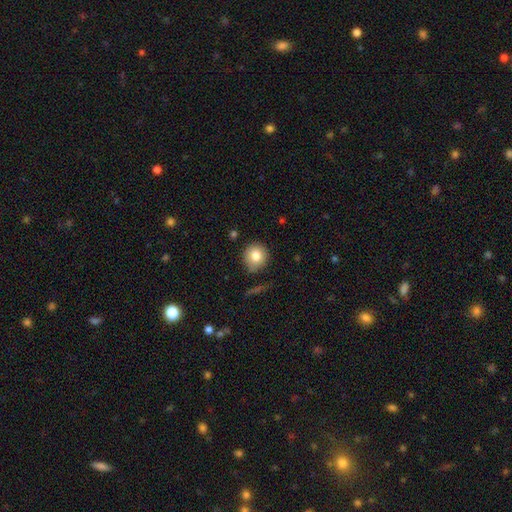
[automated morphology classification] This is clearly a smooth galaxy (81%). How rounded: clearly round (91%). Merging: clearly none (81%).